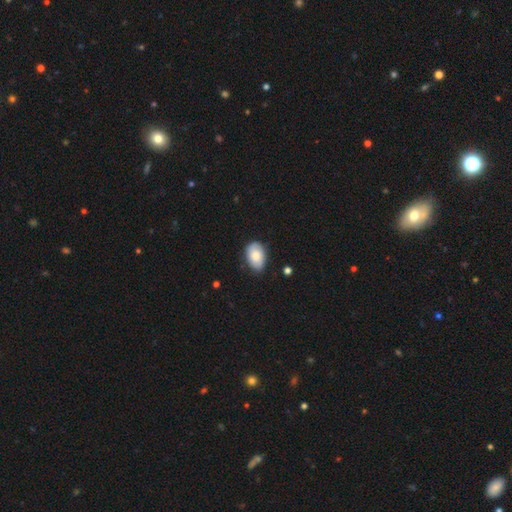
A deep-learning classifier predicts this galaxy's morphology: Smooth or featured?
  - smooth: 76% *
  - featured or disk: 17%
  - star or artifact: 7%
How rounded?
  - in between: 87% *
  - round: 12%
  - cigar-shaped: 1%
Merging?
  - none: 75% *
  - minor disturbance: 21%
  - major disturbance: 3%
  - merger: 1%